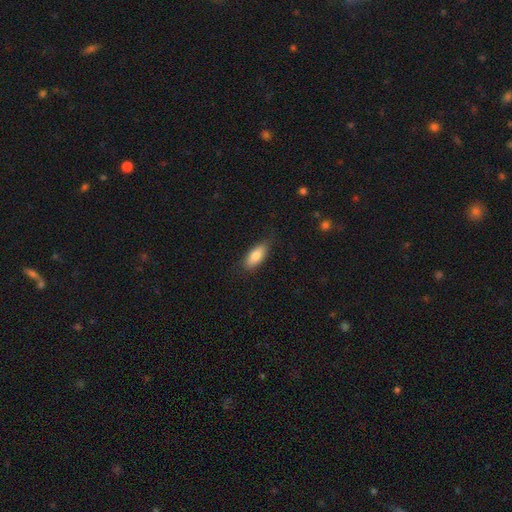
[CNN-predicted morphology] smooth_or_featured: smooth (p=0.83) [alt: featured or disk p=0.11]
how_rounded: in between (p=0.80) [alt: cigar-shaped p=0.18]
merging: none (p=0.80) [alt: minor disturbance p=0.16]